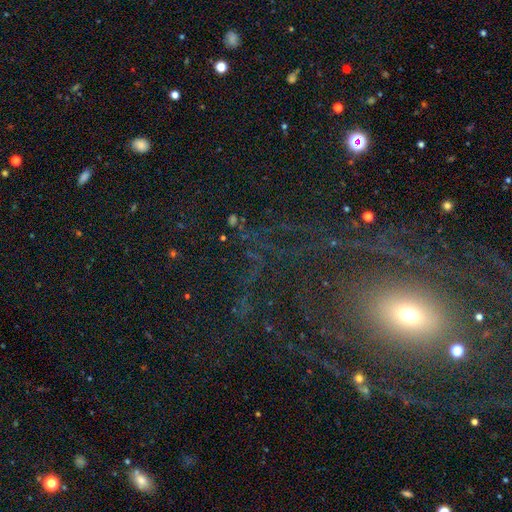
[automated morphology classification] This is marginally a star or artifact rather than a galaxy (43%).